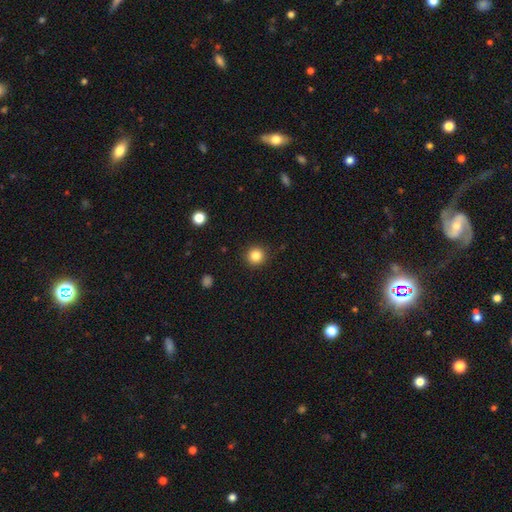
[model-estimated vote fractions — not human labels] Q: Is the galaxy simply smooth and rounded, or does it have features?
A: smooth — 84%.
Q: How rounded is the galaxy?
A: round — 95%.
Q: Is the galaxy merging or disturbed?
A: none — 92%.